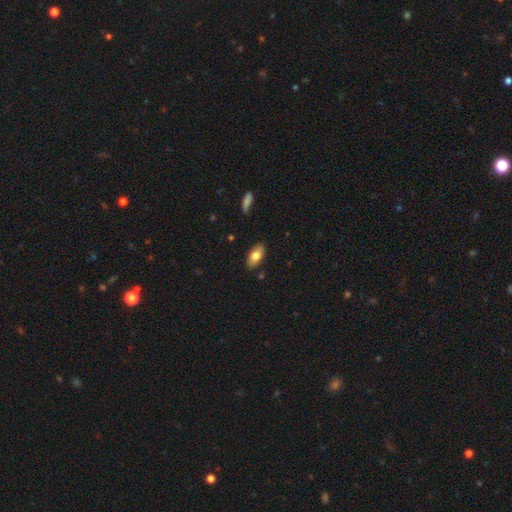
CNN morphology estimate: This is likely a smooth galaxy (78%). How rounded: clearly in between (92%). Merging: clearly none (87%).